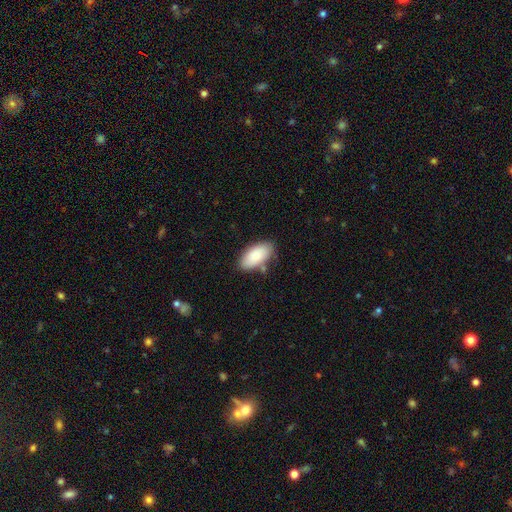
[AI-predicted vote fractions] Morphology: type=smooth (86%); roundness=in between (92%); merging=none (77%).